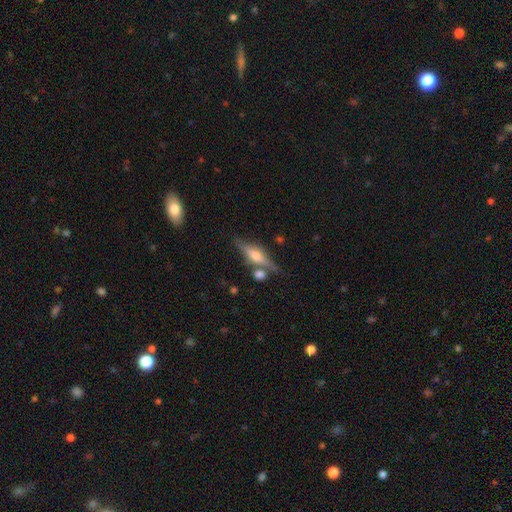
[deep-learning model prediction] Smooth or featured: featured or disk — 68% (smooth — 24%)
Edge-on disk: yes — 95% (no — 5%)
Edge-on bulge: rounded — 85% (boxy — 12%)
Merging: none — 74% (minor disturbance — 13%)